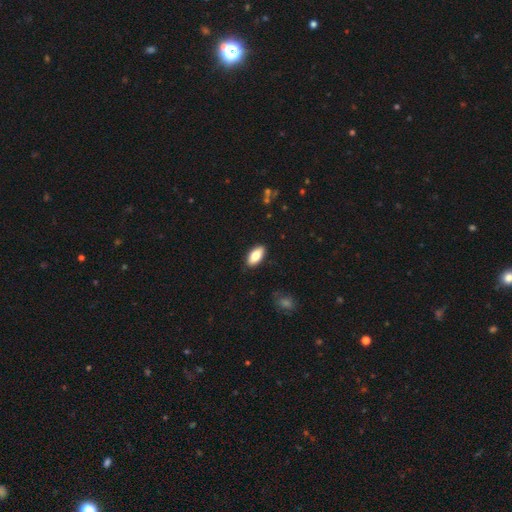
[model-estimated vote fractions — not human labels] A smooth galaxy with no disk features (78%) that is in between round and cigar-shaped (88%). Merging: none (88%).